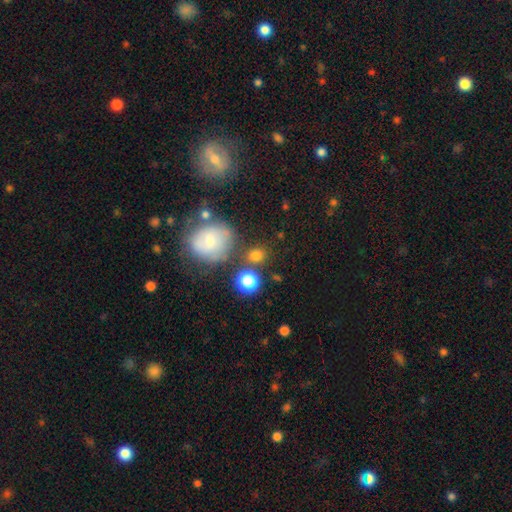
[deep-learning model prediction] Smooth or featured: smooth — 77% (star or artifact — 16%)
How rounded: round — 76% (in between — 23%)
Merging: none — 73% (merger — 12%)